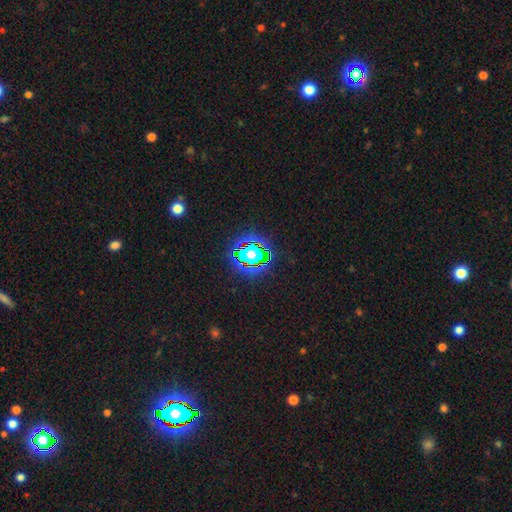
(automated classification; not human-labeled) Smooth or featured? star or artifact (80%)